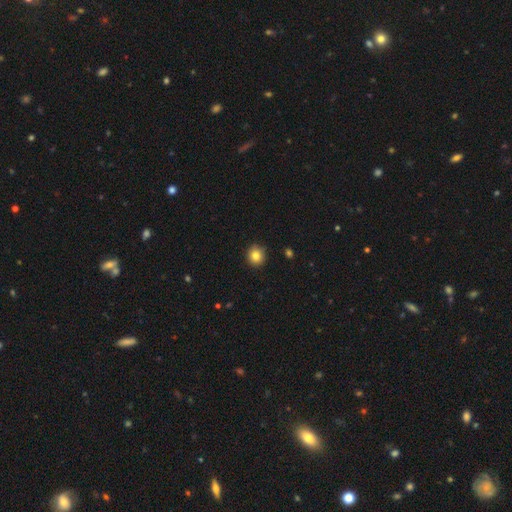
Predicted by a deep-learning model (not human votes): Overall: smooth (83%). How rounded: round (89%). Merging: none (86%).